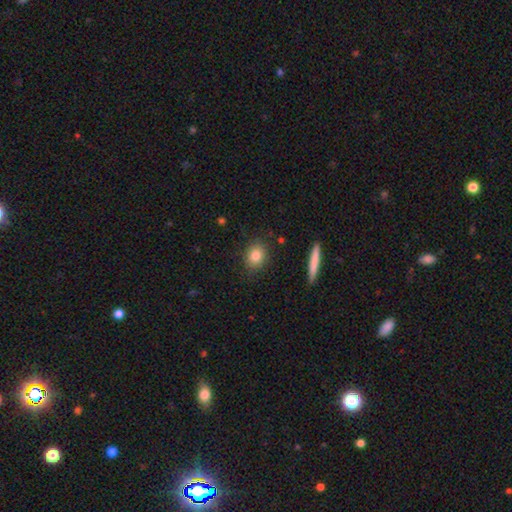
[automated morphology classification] smooth 82%, featured or disk 9%, star or artifact 9%. Down the decision tree: how rounded — round (57%); merging — none (87%).